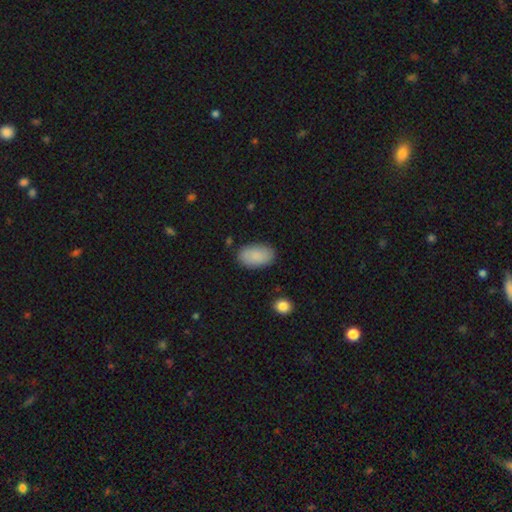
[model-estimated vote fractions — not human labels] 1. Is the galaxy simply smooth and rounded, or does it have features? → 87% smooth, 7% featured or disk, 6% star or artifact.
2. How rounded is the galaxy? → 94% in between, 4% round, 1% cigar-shaped.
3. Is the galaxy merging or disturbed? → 86% none, 10% minor disturbance, 3% major disturbance, 1% merger.